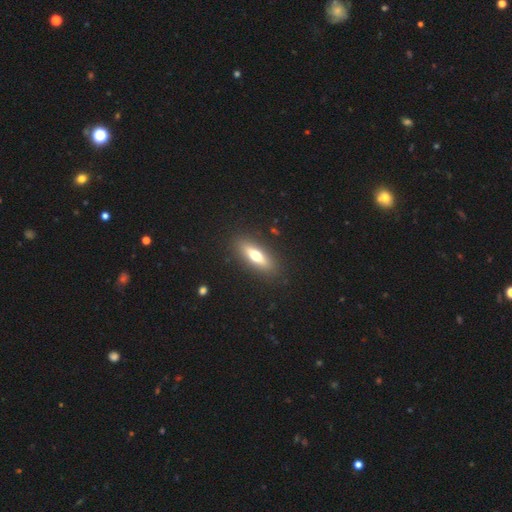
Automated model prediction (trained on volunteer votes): A smooth galaxy with no disk features (54%) that is cigar-shaped (49%). Merging: none (89%).